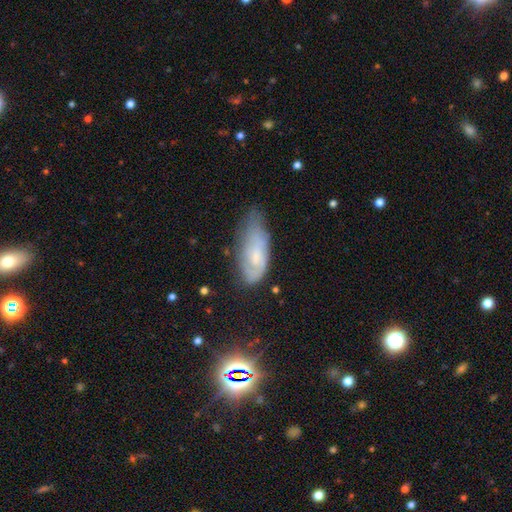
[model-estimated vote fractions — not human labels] This is possibly a smooth galaxy (49%). Merging: marginally minor disturbance (41%, tied with none).